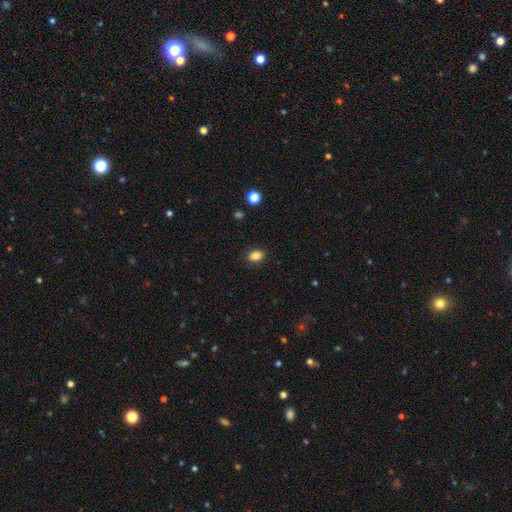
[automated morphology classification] This appears to be a smooth galaxy with no disk features (85%) that is in between round and cigar-shaped (83%). Merging: none (88%).